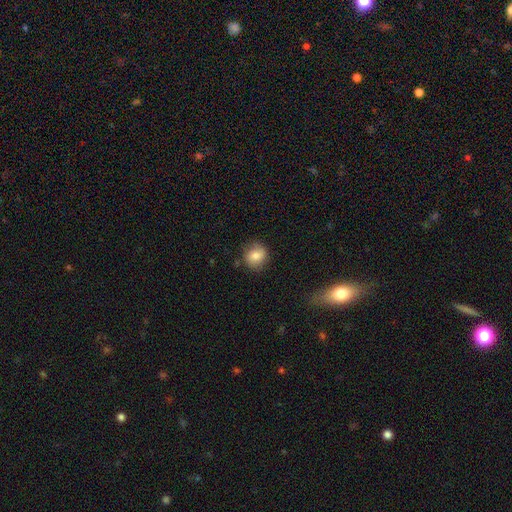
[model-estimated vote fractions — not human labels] Smooth or featured?
  - smooth: 79% *
  - featured or disk: 12%
  - star or artifact: 9%
How rounded?
  - round: 80% *
  - in between: 19%
  - cigar-shaped: 1%
Merging?
  - none: 80% *
  - minor disturbance: 14%
  - major disturbance: 4%
  - merger: 2%